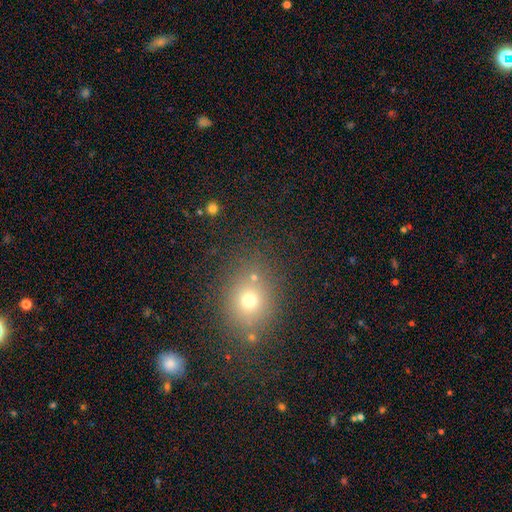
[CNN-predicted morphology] Smooth or featured: smooth — 61% (star or artifact — 28%)
How rounded: round — 63% (in between — 35%)
Merging: none — 75% (minor disturbance — 11%)